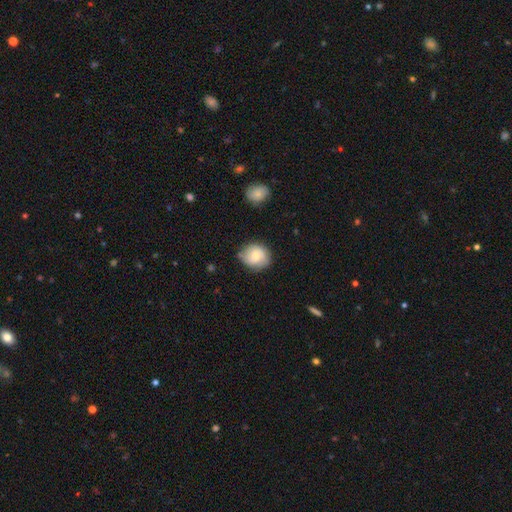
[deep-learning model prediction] Morphology: type=smooth (59%); roundness=round (77%); merging=none (74%).